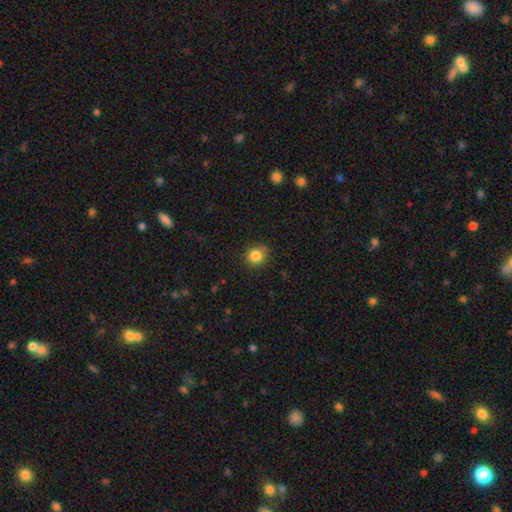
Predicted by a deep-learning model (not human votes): A smooth galaxy with no disk features (84%) that is round (88%).

Vote fractions:
- Smooth or featured? smooth: 84% / star or artifact: 11% / featured or disk: 5%
- How rounded? round: 88% / in between: 11% / cigar-shaped: 1%
- Merging? none: 83% / minor disturbance: 13% / major disturbance: 3% / merger: 2%